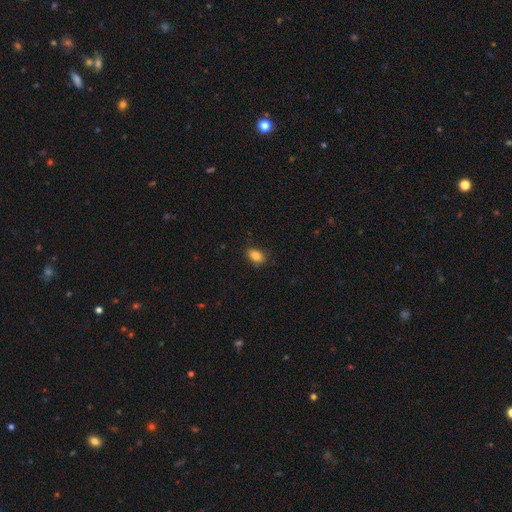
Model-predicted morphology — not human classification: The model was most divided on "how rounded": in between: 84%, round: 15%, cigar-shaped: 2%. More confident: smooth or featured — smooth (86%); merging — none (83%).